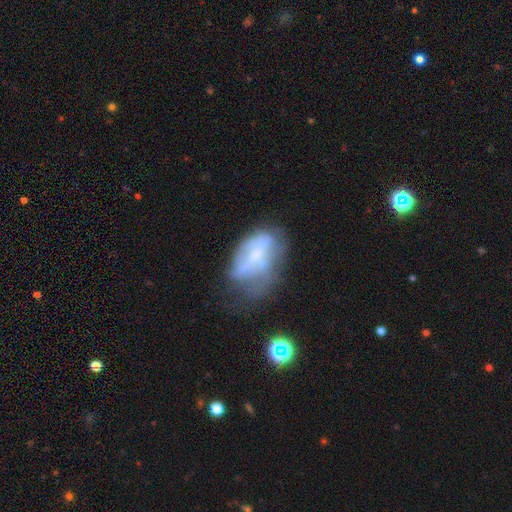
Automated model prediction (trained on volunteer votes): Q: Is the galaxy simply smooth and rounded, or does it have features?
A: featured or disk — 52%.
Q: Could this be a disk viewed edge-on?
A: no — 95%.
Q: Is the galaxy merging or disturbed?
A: major disturbance — 35%.